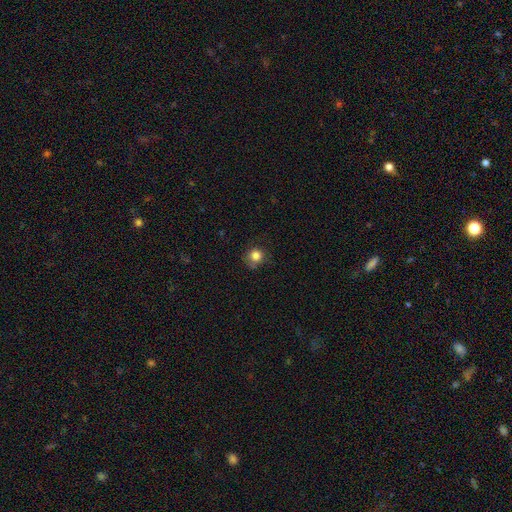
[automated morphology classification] Overall: smooth (84%). How rounded: round (90%). Merging: none (71%).